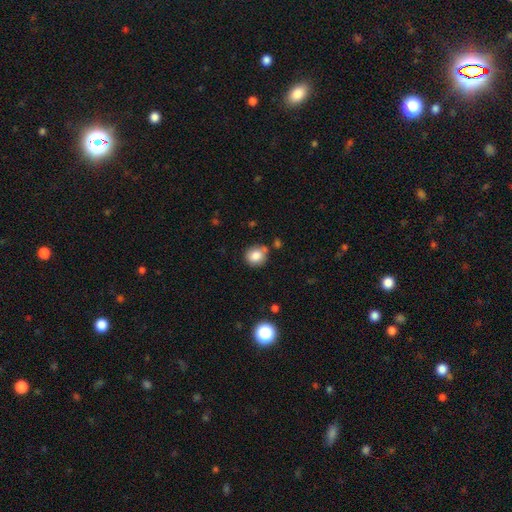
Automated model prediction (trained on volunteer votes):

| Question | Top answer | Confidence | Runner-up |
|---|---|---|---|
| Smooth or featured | smooth | 83% | star or artifact (10%) |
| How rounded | round | 83% | in between (16%) |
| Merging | none | 72% | minor disturbance (16%) |